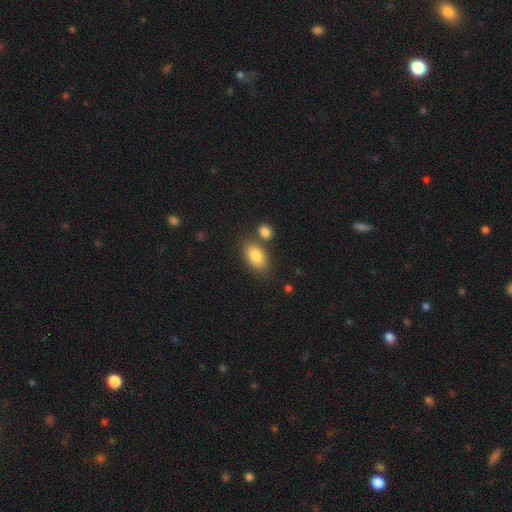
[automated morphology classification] Smooth or featured: smooth — 84% (featured or disk — 9%)
How rounded: in between — 90% (round — 8%)
Merging: none — 68% (merger — 17%)